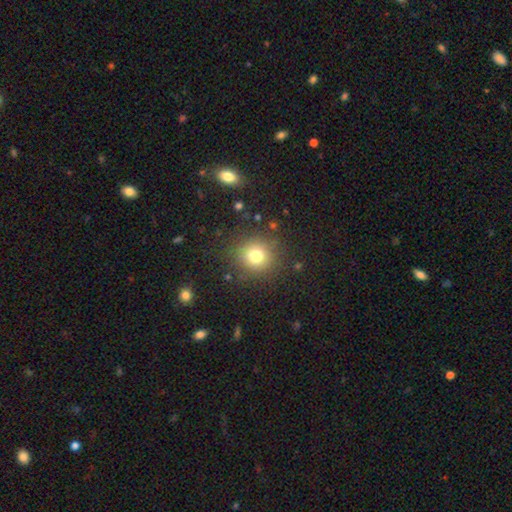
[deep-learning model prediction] Smooth or featured?
  - smooth: 76% *
  - star or artifact: 15%
  - featured or disk: 9%
How rounded?
  - round: 91% *
  - in between: 8%
  - cigar-shaped: 1%
Merging?
  - none: 87% *
  - minor disturbance: 8%
  - major disturbance: 4%
  - merger: 2%